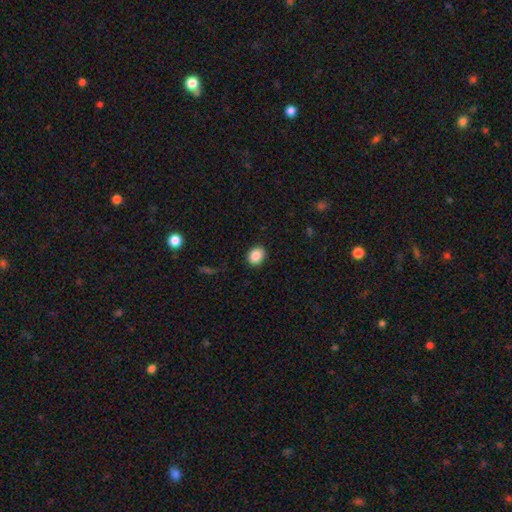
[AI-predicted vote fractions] Overall: smooth (88%). How rounded: in between (51%; round 48%). Merging: none (90%).